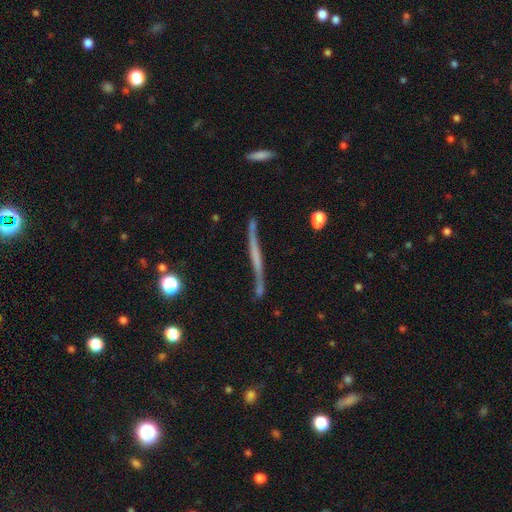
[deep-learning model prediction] This is likely a featured or disk galaxy (67%). It is clearly viewed edge-on (88%). Edge-on bulge: likely none (74%). Merging: likely none (67%).